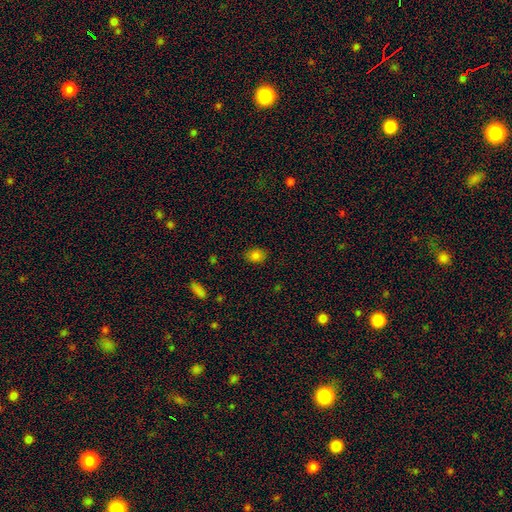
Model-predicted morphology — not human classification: Overall: smooth (81%). How rounded: in between (59%; round 40%). Merging: none (84%).